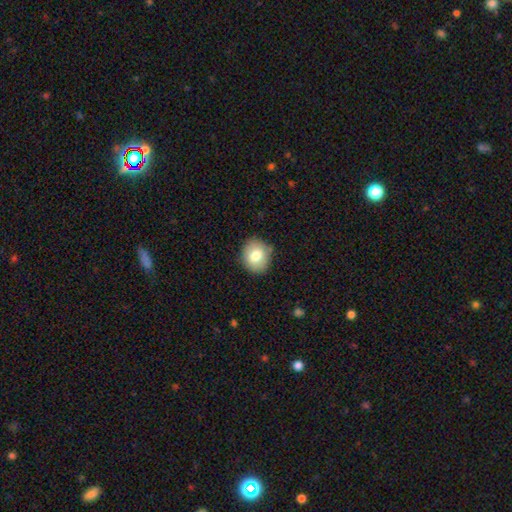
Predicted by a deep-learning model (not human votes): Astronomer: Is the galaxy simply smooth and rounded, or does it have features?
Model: smooth — 78%.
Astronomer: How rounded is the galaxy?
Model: round — 70%.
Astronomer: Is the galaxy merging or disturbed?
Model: none — 84%.